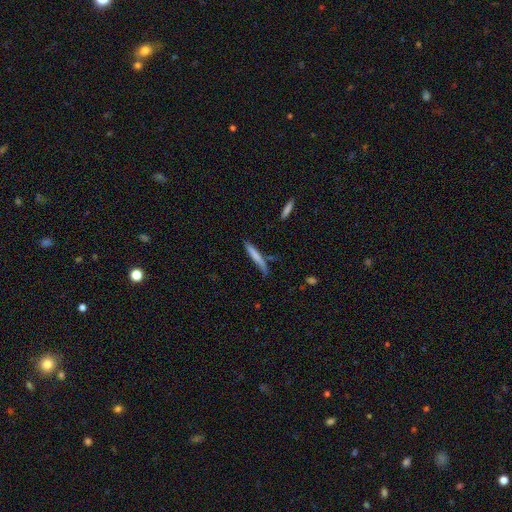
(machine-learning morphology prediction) Smooth or featured: smooth — 71% (featured or disk — 23%)
How rounded: cigar-shaped — 95% (in between — 4%)
Merging: none — 75% (minor disturbance — 18%)